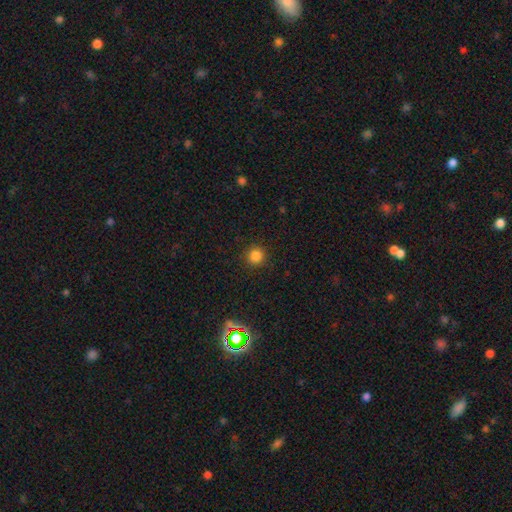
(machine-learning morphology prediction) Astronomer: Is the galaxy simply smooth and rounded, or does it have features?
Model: smooth — 83%.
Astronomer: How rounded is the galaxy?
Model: round — 94%.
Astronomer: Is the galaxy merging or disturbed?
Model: none — 91%.